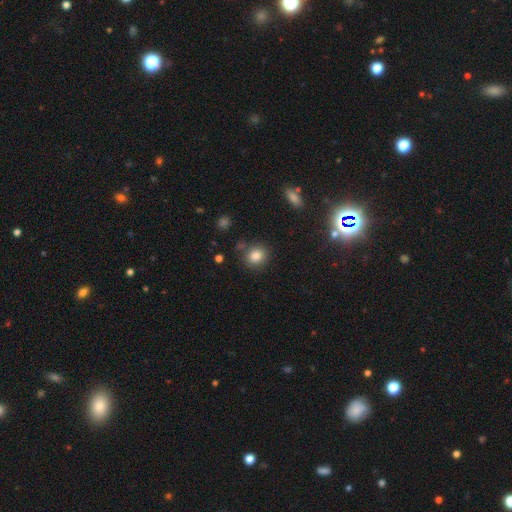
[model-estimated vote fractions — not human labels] Smooth or featured?
  - smooth: 83% *
  - star or artifact: 11%
  - featured or disk: 6%
How rounded?
  - round: 77% *
  - in between: 22%
  - cigar-shaped: 1%
Merging?
  - none: 79% *
  - minor disturbance: 11%
  - merger: 6%
  - major disturbance: 4%